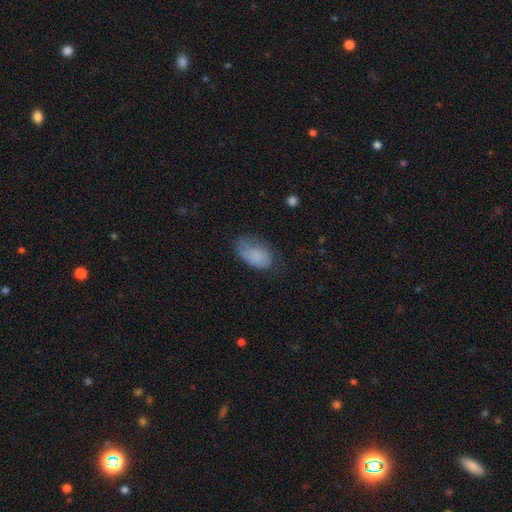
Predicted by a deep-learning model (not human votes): A smooth galaxy with no disk features (80%) that is in between round and cigar-shaped (92%). Merging: none (47%).